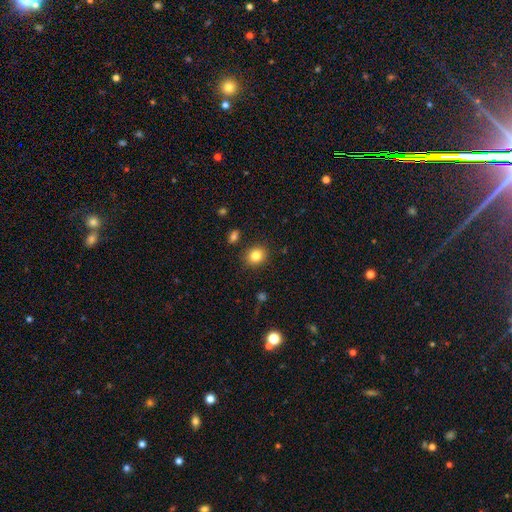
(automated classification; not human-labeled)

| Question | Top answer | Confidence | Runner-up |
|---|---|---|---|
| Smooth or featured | smooth | 82% | star or artifact (11%) |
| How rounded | round | 70% | in between (29%) |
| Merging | none | 87% | minor disturbance (8%) |